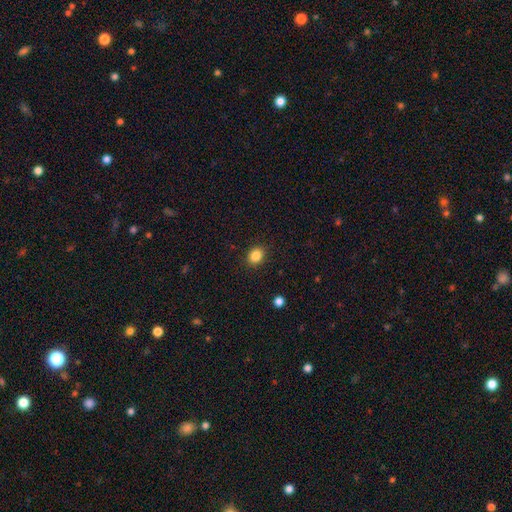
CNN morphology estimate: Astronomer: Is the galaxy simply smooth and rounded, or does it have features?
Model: smooth — 85%.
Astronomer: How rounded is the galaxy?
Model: round — 52% (runner-up: in between, 47%).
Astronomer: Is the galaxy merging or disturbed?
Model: none — 90%.